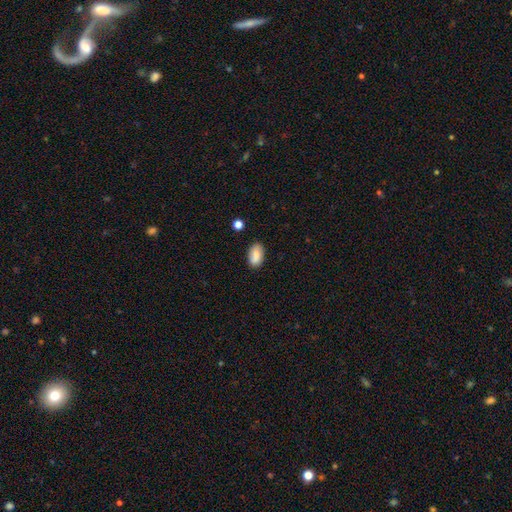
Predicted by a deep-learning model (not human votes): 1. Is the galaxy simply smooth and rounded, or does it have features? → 80% smooth, 12% featured or disk, 8% star or artifact.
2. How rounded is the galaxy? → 92% in between, 6% round, 2% cigar-shaped.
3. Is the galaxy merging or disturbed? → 82% none, 13% minor disturbance, 3% major disturbance, 2% merger.